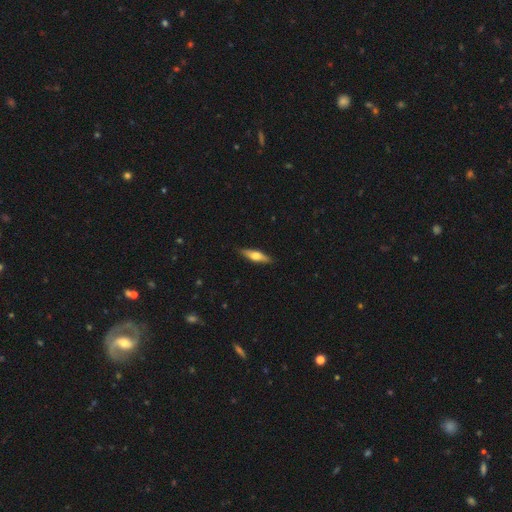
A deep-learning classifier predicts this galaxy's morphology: A smooth galaxy with no disk features (48%).

Vote fractions:
- Smooth or featured? smooth: 48% / featured or disk: 46% / star or artifact: 6%
- Merging? none: 88% / minor disturbance: 9% / major disturbance: 2% / merger: 1%